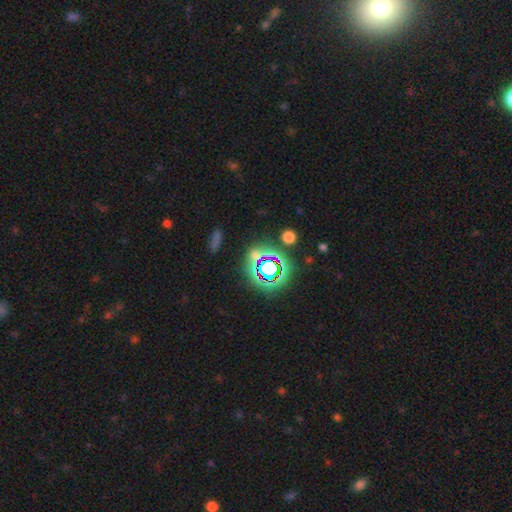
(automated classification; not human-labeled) star or artifact 60%, smooth 27%, featured or disk 13%.